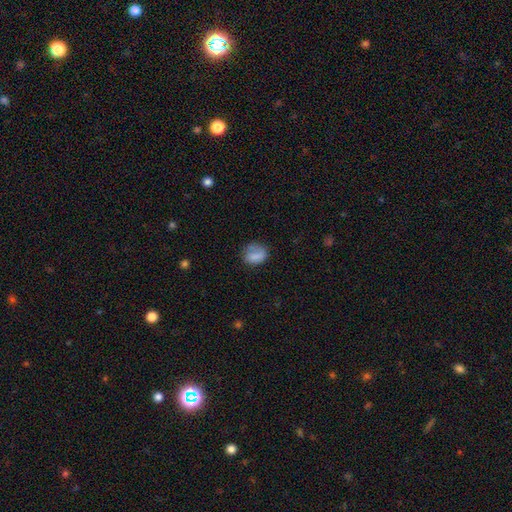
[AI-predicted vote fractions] Smooth or featured? smooth (76%)
How rounded? in between (55%)
Merging? none (51%)